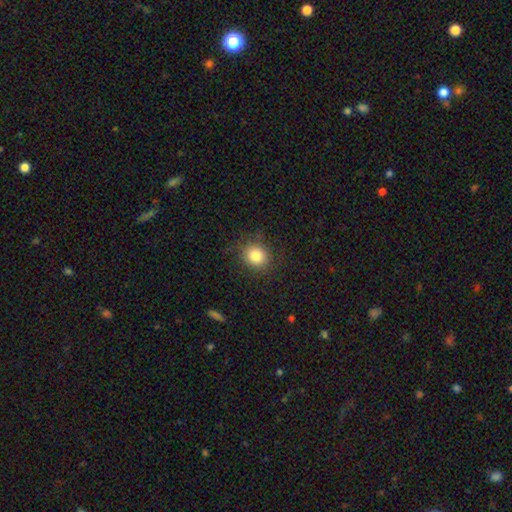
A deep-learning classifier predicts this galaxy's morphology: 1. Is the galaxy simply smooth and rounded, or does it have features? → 82% smooth, 11% star or artifact, 7% featured or disk.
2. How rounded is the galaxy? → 81% round, 18% in between, 1% cigar-shaped.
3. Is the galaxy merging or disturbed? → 84% none, 11% minor disturbance, 4% major disturbance, 1% merger.